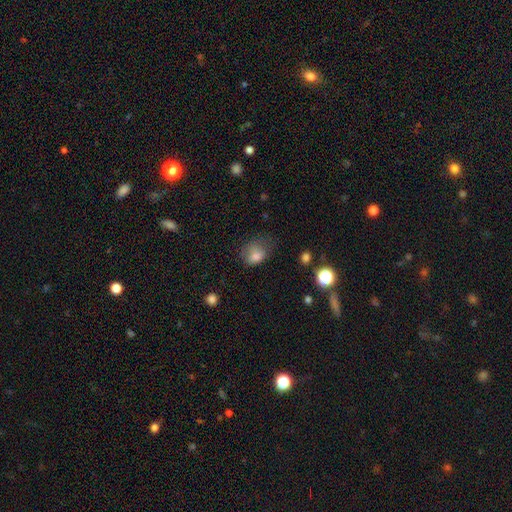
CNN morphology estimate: Smooth or featured: smooth — 77% (featured or disk — 12%)
How rounded: in between — 66% (round — 33%)
Merging: none — 38% (minor disturbance — 32%)